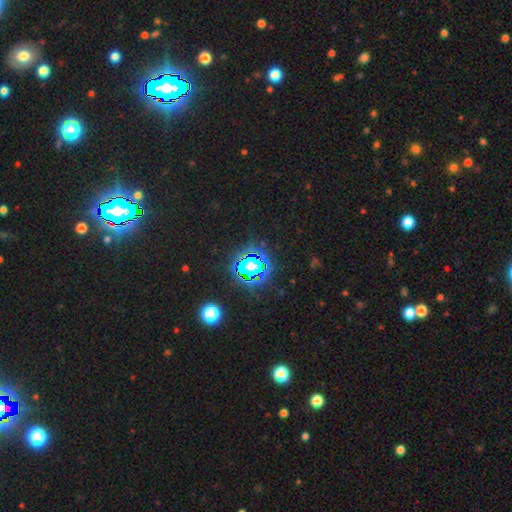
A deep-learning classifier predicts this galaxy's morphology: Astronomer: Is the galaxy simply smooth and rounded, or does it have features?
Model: star or artifact — 81%.